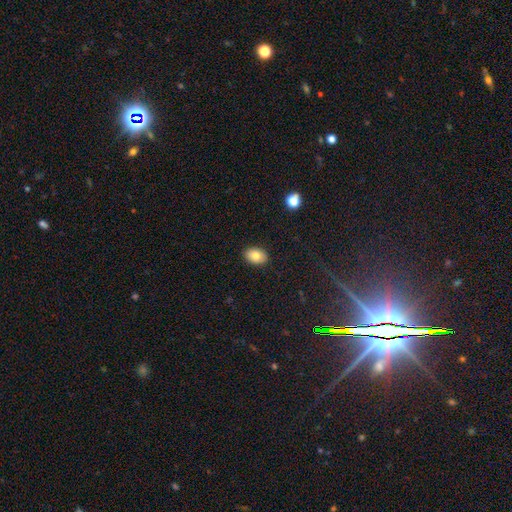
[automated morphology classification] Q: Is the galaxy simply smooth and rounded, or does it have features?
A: smooth — 81%.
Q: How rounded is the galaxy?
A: in between — 84%.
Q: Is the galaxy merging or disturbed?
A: none — 89%.